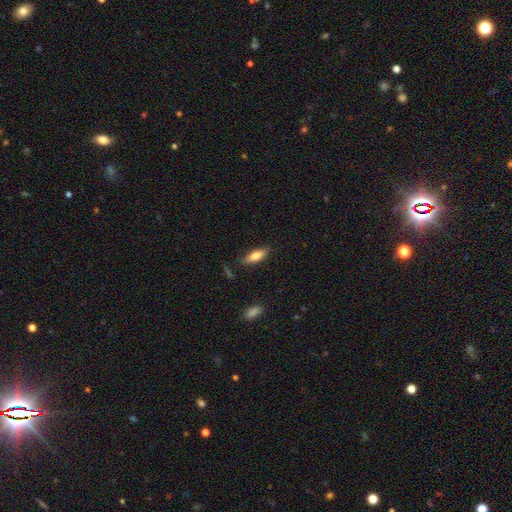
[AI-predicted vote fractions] Smooth or featured? Predicted: smooth (p=0.77). How rounded? Predicted: in between (p=0.63). Merging? Predicted: none (p=0.81).